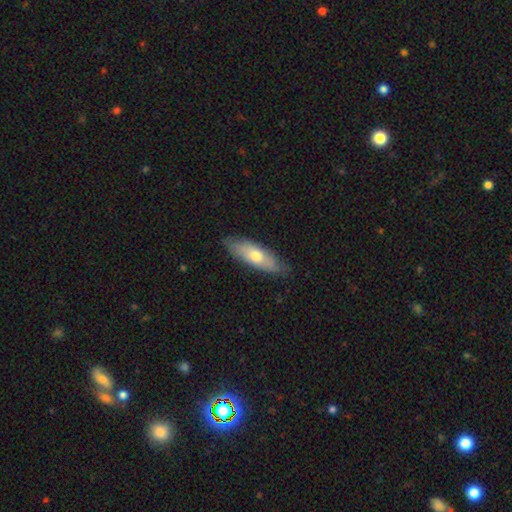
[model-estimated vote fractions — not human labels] Smooth or featured? smooth (62%)
How rounded? in between (55%)
Merging? none (81%)